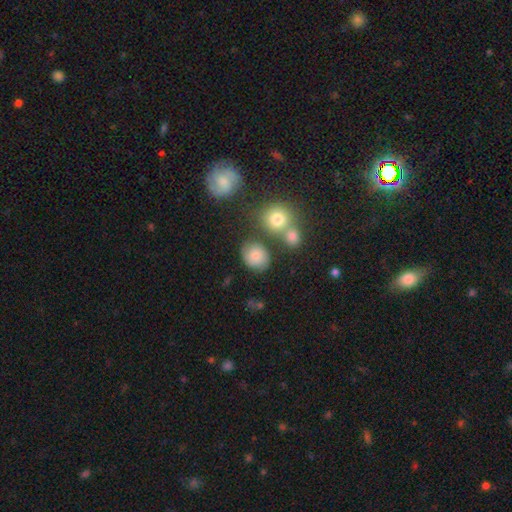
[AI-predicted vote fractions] The model was most divided on "how rounded": round: 68%, in between: 31%, cigar-shaped: 1%. More confident: merging — none (70%); smooth or featured — smooth (70%).